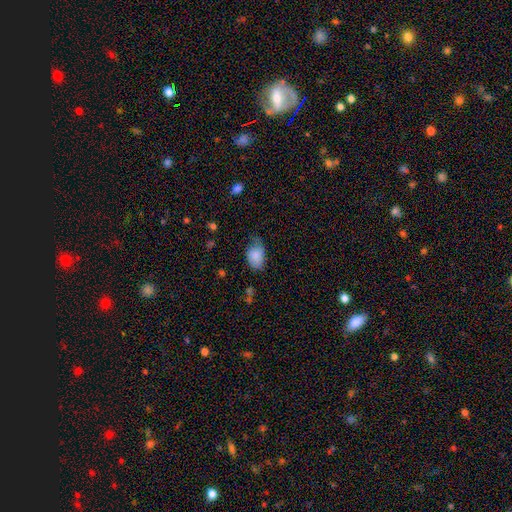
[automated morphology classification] A smooth galaxy with no disk features (82%) that is in between round and cigar-shaped (85%). Merging: none (45%).